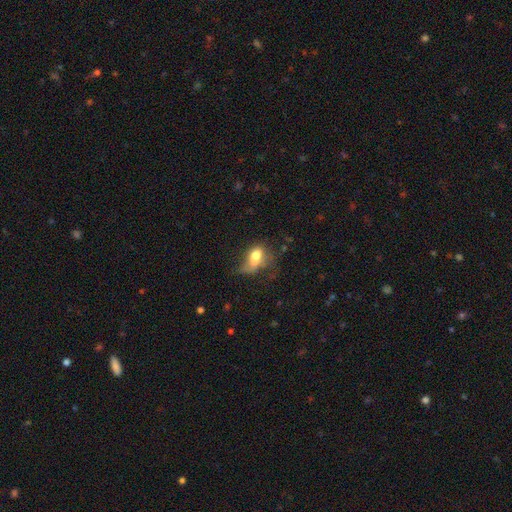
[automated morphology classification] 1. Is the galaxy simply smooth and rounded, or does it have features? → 64% smooth, 25% featured or disk, 10% star or artifact.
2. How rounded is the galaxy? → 79% in between, 17% round, 4% cigar-shaped.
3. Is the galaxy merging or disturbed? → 40% major disturbance, 27% minor disturbance, 24% none, 9% merger.